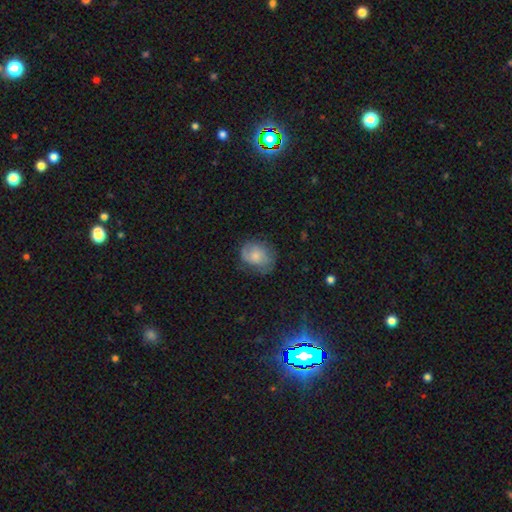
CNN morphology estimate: Overall: smooth (56%; featured or disk 36%). How rounded: round (54%; in between 45%). Merging: none (57%; minor disturbance 27%).